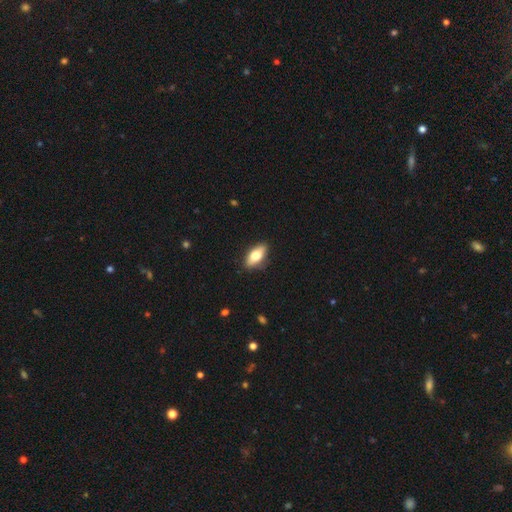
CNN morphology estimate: smooth_or_featured: smooth (p=0.70) [alt: featured or disk p=0.24]
how_rounded: in between (p=0.84) [alt: cigar-shaped p=0.12]
merging: none (p=0.86) [alt: minor disturbance p=0.11]